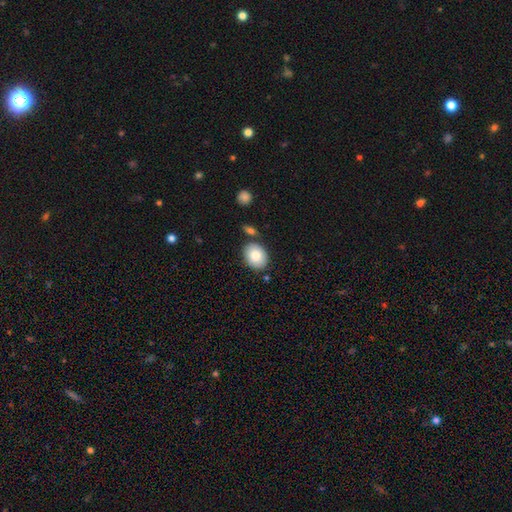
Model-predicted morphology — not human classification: Smooth or featured? smooth (81%)
How rounded? in between (61%)
Merging? none (78%)